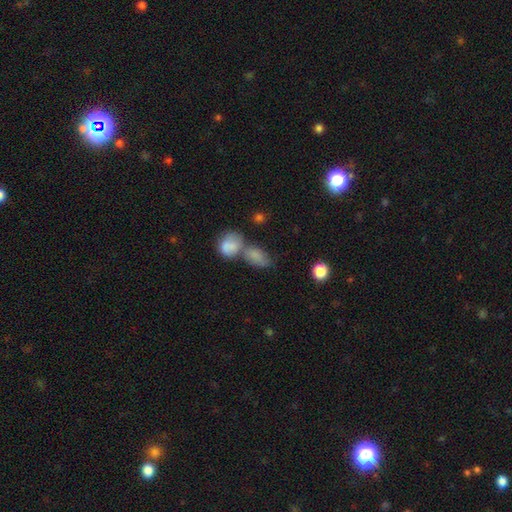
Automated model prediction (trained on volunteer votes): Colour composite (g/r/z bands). It shows a smooth galaxy with no disk features (78%) that is in between round and cigar-shaped (84%). Merging: merger (53%).